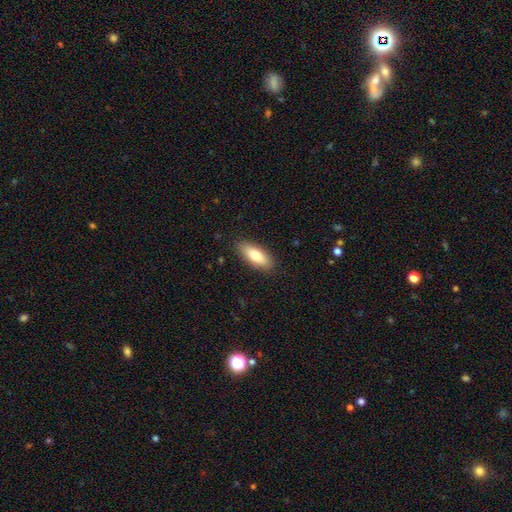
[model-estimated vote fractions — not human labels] smooth_or_featured: smooth (p=0.78) [alt: featured or disk p=0.16]
how_rounded: in between (p=0.72) [alt: cigar-shaped p=0.25]
merging: none (p=0.87) [alt: minor disturbance p=0.10]